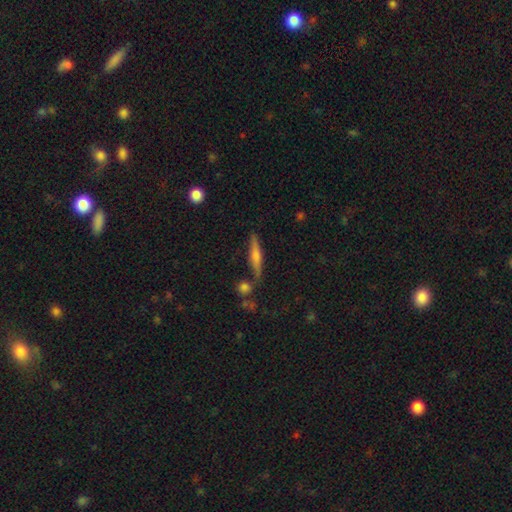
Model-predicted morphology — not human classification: Smooth or featured? featured or disk (59%)
Edge-on disk? yes (96%)
Edge-on bulge? rounded (77%)
Merging? none (81%)